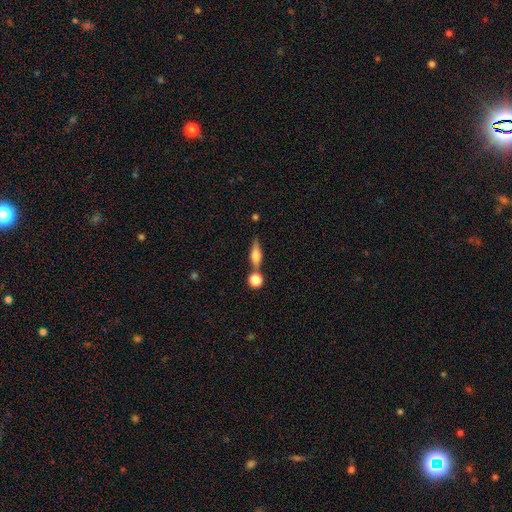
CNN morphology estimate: A smooth galaxy with no disk features (51%) that is in between round and cigar-shaped (47%). Merging: none (57%).